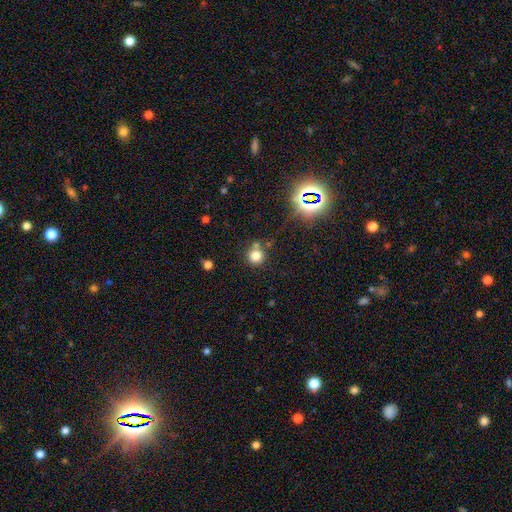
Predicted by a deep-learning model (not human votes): smooth 77%, star or artifact 16%, featured or disk 7%. Down the decision tree: how rounded — round (92%); merging — none (69%).